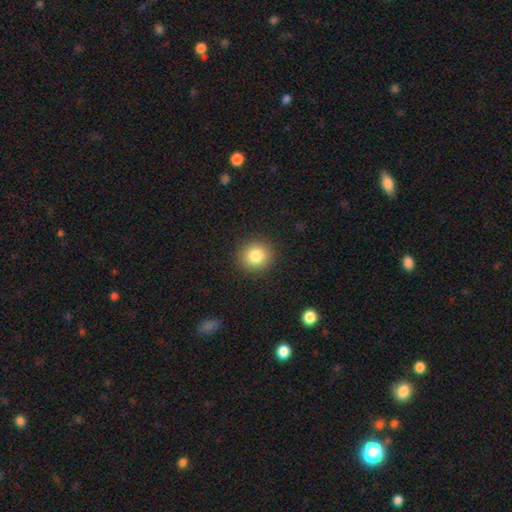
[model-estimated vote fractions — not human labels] smooth 84%, star or artifact 10%, featured or disk 6%. Down the decision tree: how rounded — round (91%); merging — none (91%).